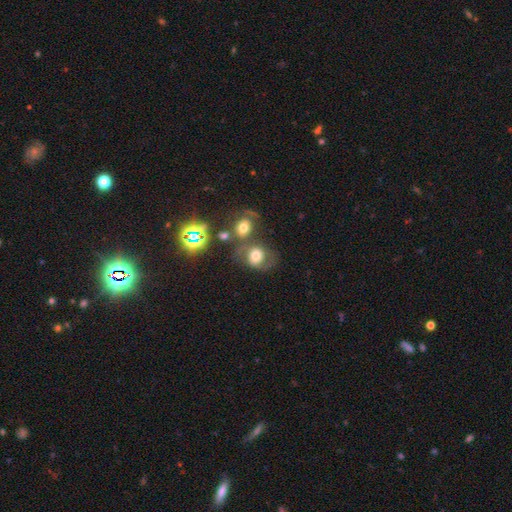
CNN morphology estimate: This appears to be a smooth galaxy with no disk features (51%) that is round (62%). Merging: none (41%).